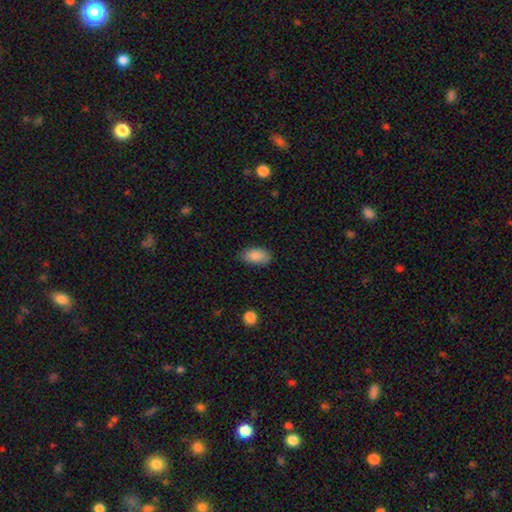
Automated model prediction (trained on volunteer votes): Q: Smooth or featured?
A: smooth (88%); runner-up: star or artifact (7%)
Q: How rounded?
A: in between (92%); runner-up: round (5%)
Q: Merging?
A: none (79%); runner-up: minor disturbance (16%)